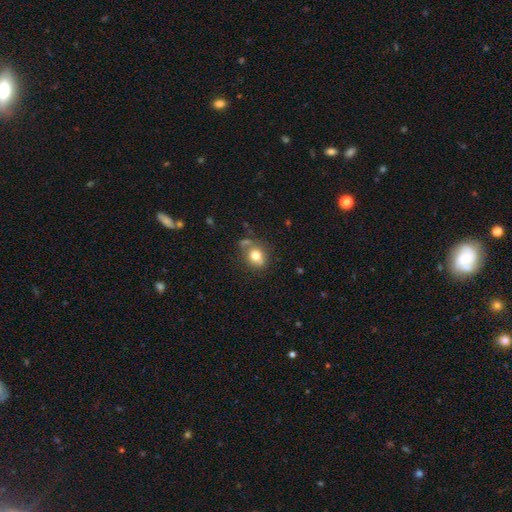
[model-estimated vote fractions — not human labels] Smooth or featured? Predicted: smooth (p=0.76). How rounded? Predicted: round (p=0.65). Merging? Predicted: none (p=0.61).